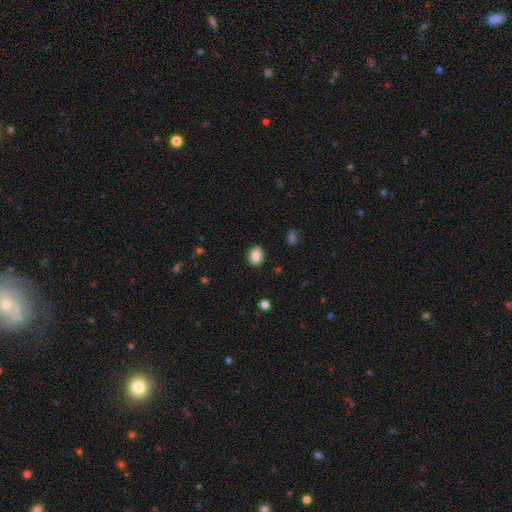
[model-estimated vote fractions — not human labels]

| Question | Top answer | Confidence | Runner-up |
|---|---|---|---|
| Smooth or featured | smooth | 87% | star or artifact (8%) |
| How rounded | in between | 81% | round (18%) |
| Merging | none | 89% | minor disturbance (8%) |